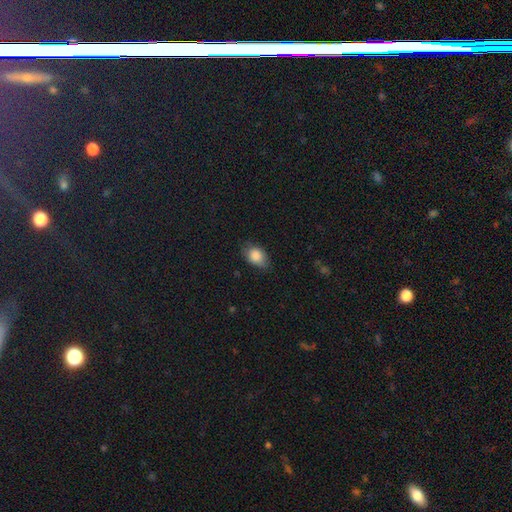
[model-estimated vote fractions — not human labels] Q: Smooth or featured?
A: smooth (87%); runner-up: star or artifact (7%)
Q: How rounded?
A: in between (78%); runner-up: round (21%)
Q: Merging?
A: none (68%); runner-up: minor disturbance (25%)